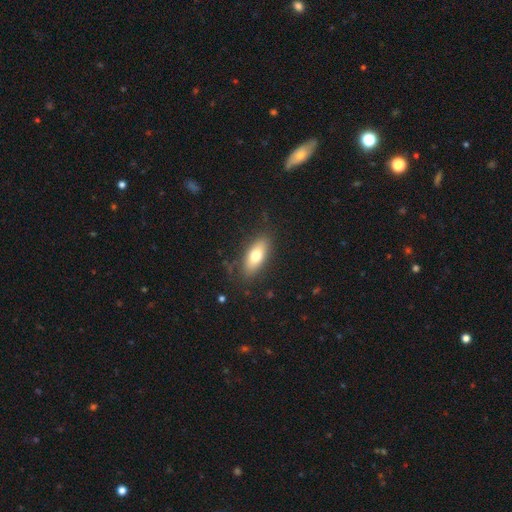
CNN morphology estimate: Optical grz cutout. It shows a smooth galaxy with no disk features (72%) that is in between round and cigar-shaped (78%). Merging: none (84%).